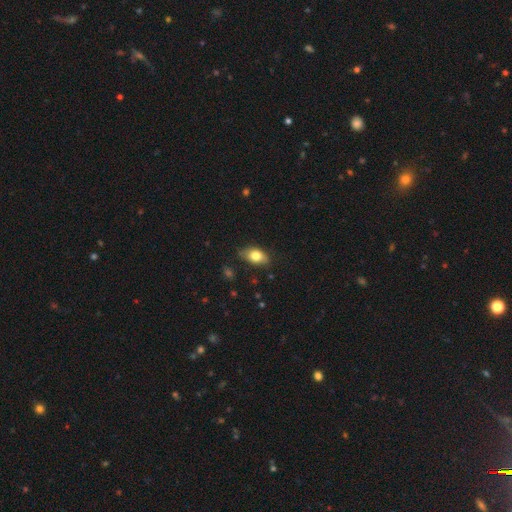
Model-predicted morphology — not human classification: The model was most divided on "merging": none: 76%, minor disturbance: 19%, major disturbance: 3%, merger: 1%. More confident: how rounded — in between (87%); smooth or featured — smooth (78%).